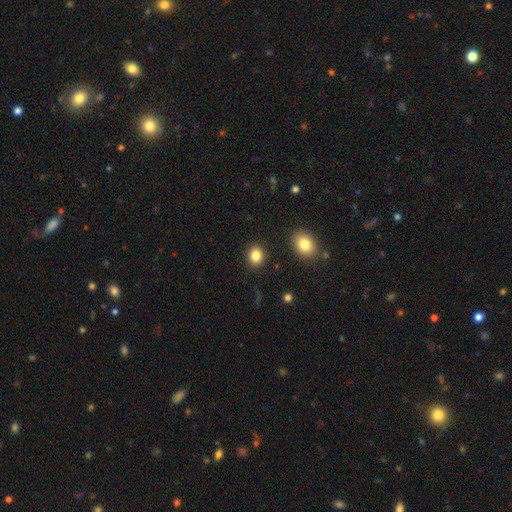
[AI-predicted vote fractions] Smooth or featured? Predicted: smooth (p=0.84). How rounded? Predicted: round (p=0.67). Merging? Predicted: none (p=0.90).